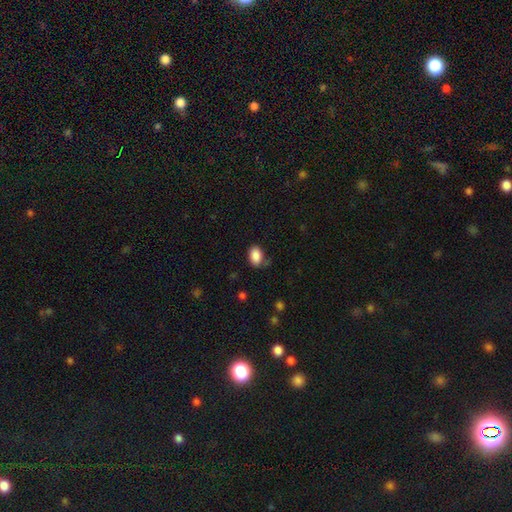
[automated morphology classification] This is clearly a smooth galaxy (88%). How rounded: clearly in between (85%). Merging: likely none (73%).